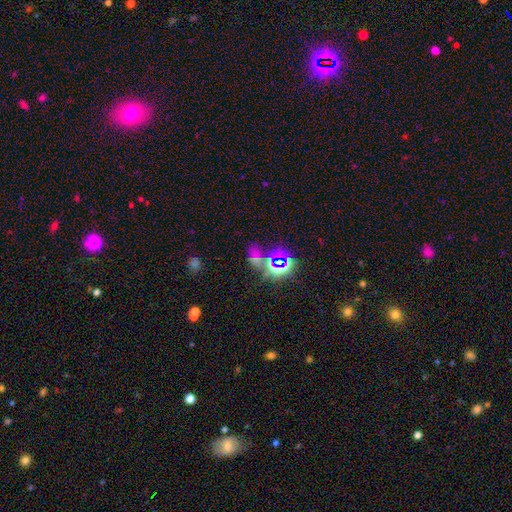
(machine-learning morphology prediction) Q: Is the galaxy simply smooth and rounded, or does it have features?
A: star or artifact — 60%.